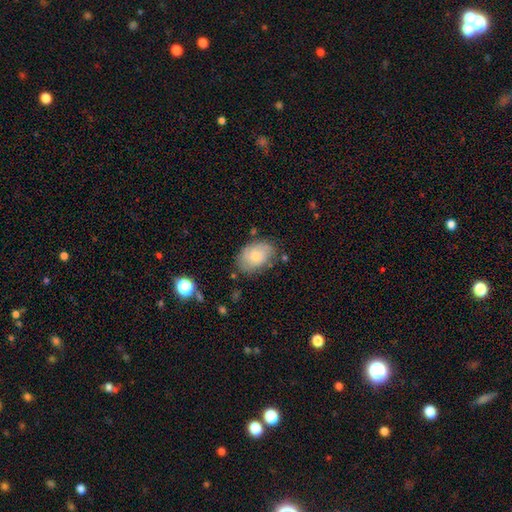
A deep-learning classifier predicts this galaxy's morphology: A smooth galaxy with no disk features (54%) that is in between round and cigar-shaped (76%). Merging: none (68%).